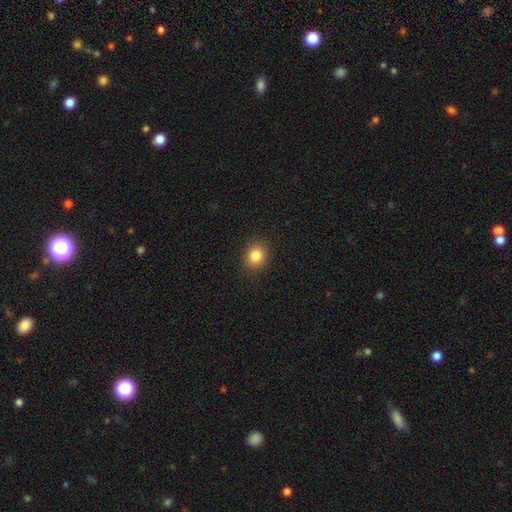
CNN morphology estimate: type=smooth (85%); roundness=round (64%); merging=none (89%).